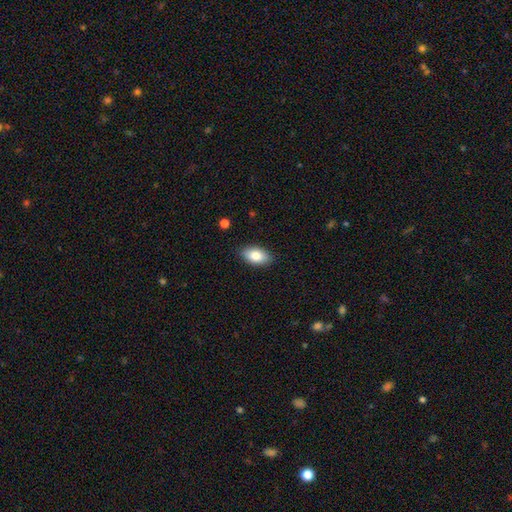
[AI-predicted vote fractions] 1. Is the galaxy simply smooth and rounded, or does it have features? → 82% smooth, 11% featured or disk, 7% star or artifact.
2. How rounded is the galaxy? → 92% in between, 5% round, 3% cigar-shaped.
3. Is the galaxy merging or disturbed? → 87% none, 10% minor disturbance, 2% major disturbance, 1% merger.